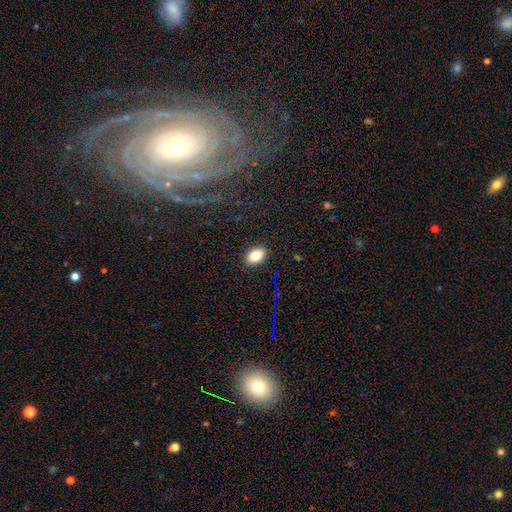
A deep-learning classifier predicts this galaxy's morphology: Q: Smooth or featured?
A: smooth (83%); runner-up: star or artifact (9%)
Q: How rounded?
A: in between (90%); runner-up: round (8%)
Q: Merging?
A: none (89%); runner-up: minor disturbance (8%)